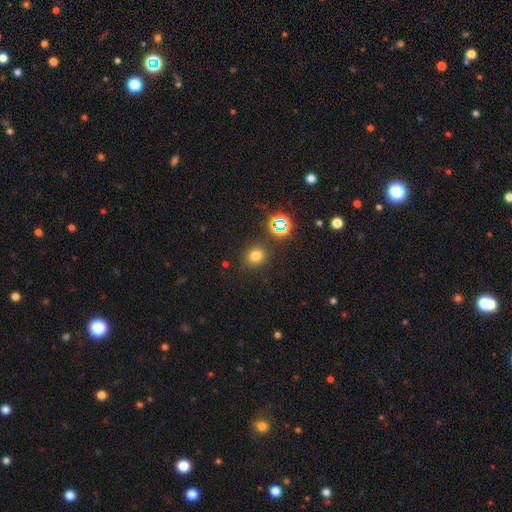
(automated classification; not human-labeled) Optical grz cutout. It shows a smooth galaxy with no disk features (71%) that is round (81%). Merging: none (84%).